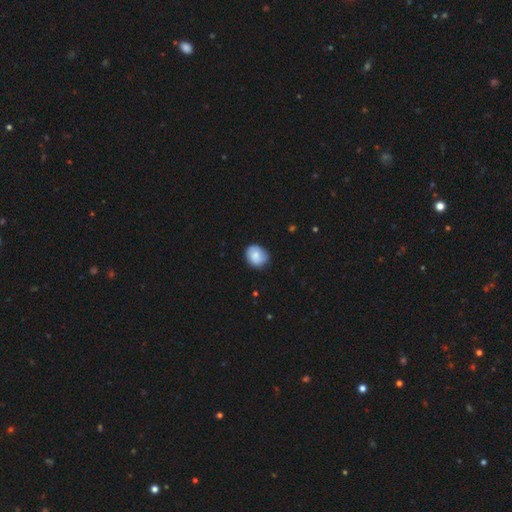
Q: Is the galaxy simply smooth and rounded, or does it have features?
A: smooth — 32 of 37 (86%).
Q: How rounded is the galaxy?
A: round — 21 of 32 (66%).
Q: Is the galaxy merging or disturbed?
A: none — 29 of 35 (83%).